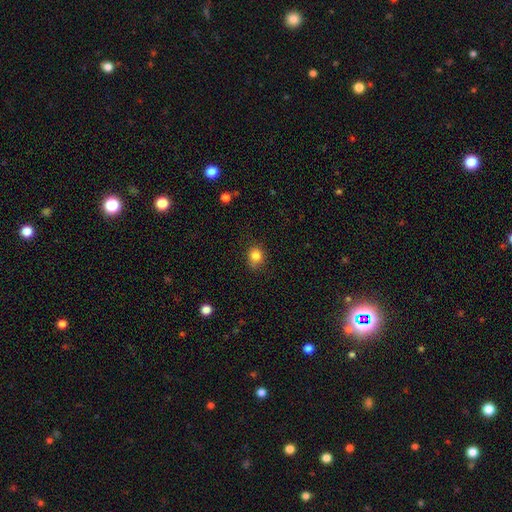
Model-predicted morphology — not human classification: This appears to be a smooth galaxy with no disk features (83%) that is round (74%). Merging: none (70%).